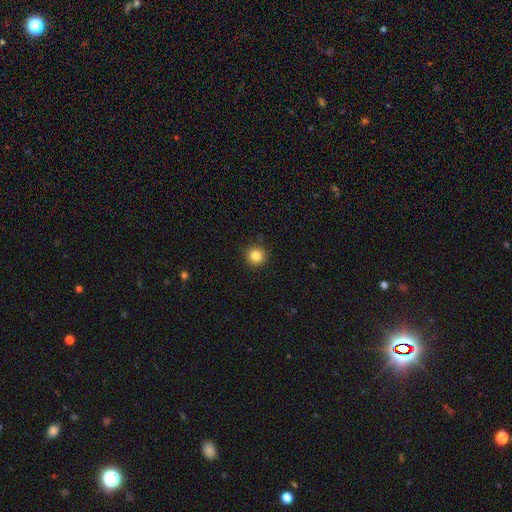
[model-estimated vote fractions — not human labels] Morphology: type=smooth (83%); roundness=round (95%); merging=none (91%).